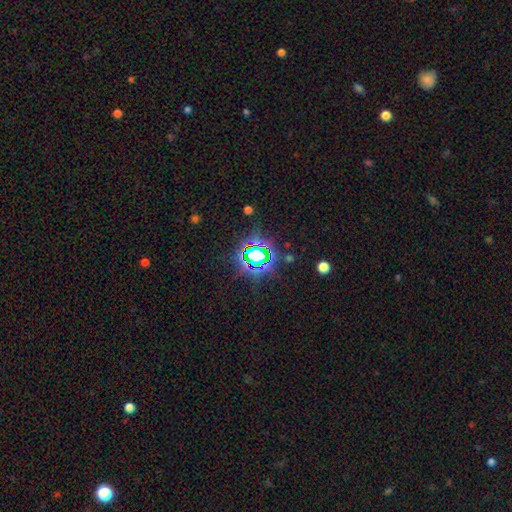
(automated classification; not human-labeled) star or artifact 75%, smooth 14%, featured or disk 11%.